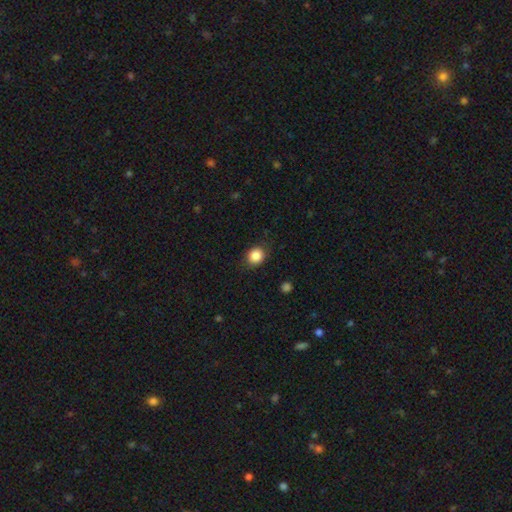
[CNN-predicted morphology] type=smooth (87%); roundness=round (77%); merging=none (84%).